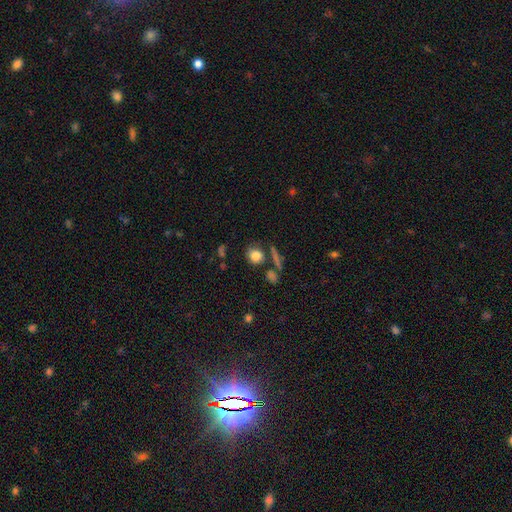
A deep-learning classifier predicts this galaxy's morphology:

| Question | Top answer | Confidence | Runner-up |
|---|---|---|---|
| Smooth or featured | smooth | 82% | star or artifact (10%) |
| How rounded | round | 78% | in between (20%) |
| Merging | none | 71% | minor disturbance (13%) |